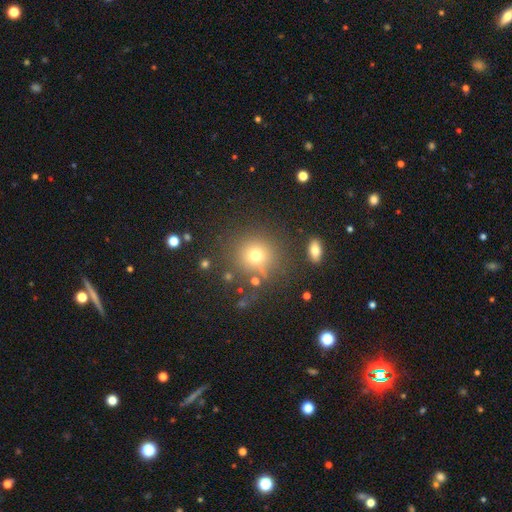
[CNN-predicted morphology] Q: Smooth or featured?
A: smooth (70%); runner-up: star or artifact (19%)
Q: How rounded?
A: round (91%); runner-up: in between (8%)
Q: Merging?
A: none (80%); runner-up: minor disturbance (10%)